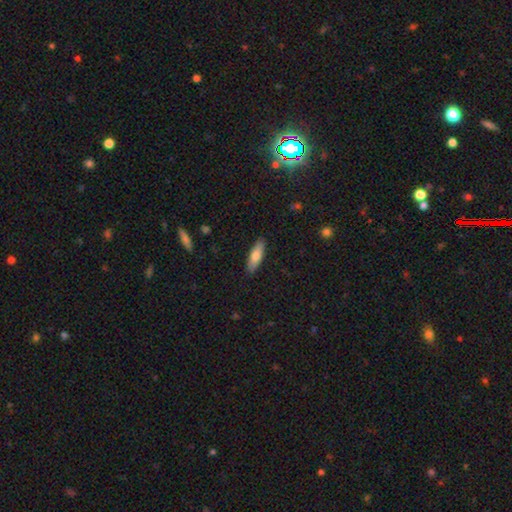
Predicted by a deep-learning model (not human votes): Smooth or featured?
  - smooth: 73% *
  - featured or disk: 21%
  - star or artifact: 6%
How rounded?
  - cigar-shaped: 55% *
  - in between: 43%
  - round: 2%
Merging?
  - none: 90% *
  - minor disturbance: 8%
  - major disturbance: 2%
  - merger: 1%